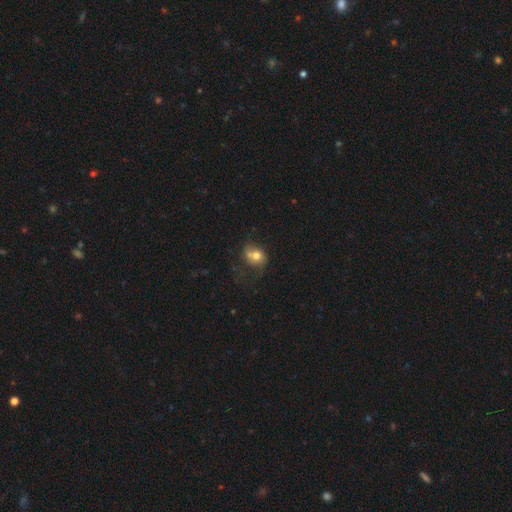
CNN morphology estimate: Smooth or featured? smooth (71%)
How rounded? round (56%)
Merging? none (35%)